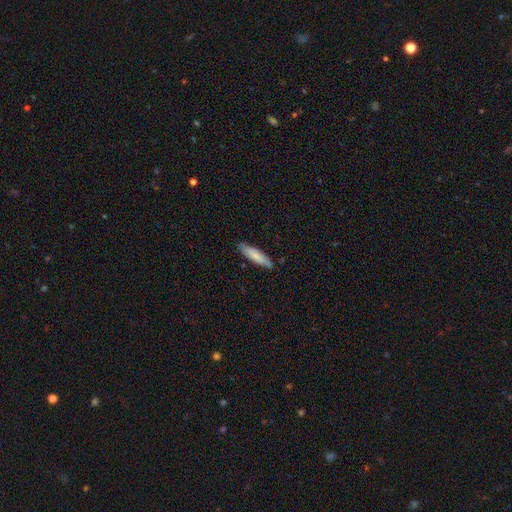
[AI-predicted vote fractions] This appears to be a smooth galaxy with no disk features (78%) that is cigar-shaped (72%). Merging: none (82%).